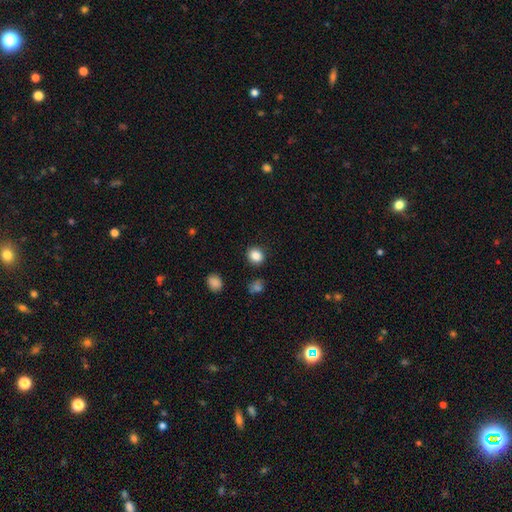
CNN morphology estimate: The model was most divided on "how rounded": round: 76%, in between: 23%, cigar-shaped: 1%. More confident: merging — none (87%); smooth or featured — smooth (86%).